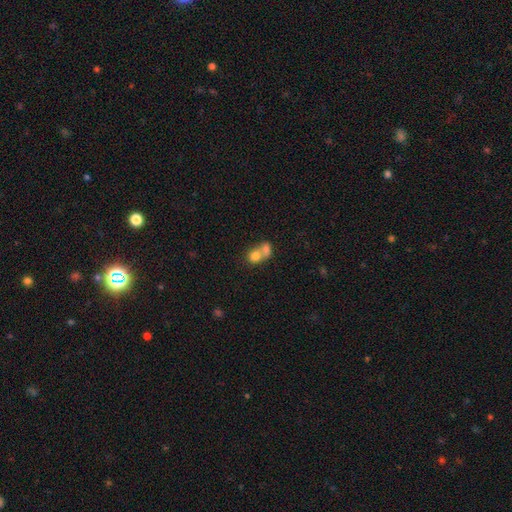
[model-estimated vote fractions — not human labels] smooth 75%, featured or disk 15%, star or artifact 10%. Down the decision tree: how rounded — round (65%); merging — merger (69%).